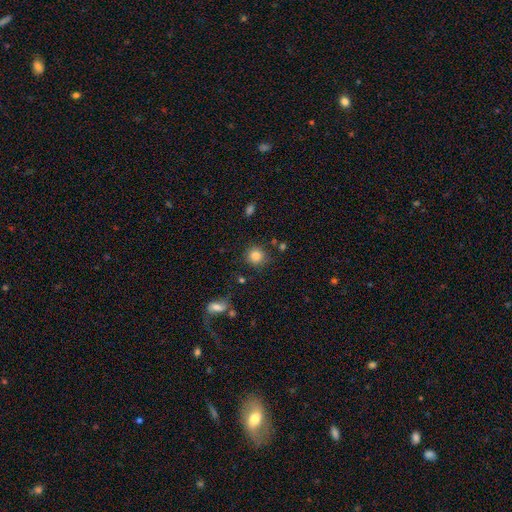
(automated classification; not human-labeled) A smooth galaxy with no disk features (84%) that is round (90%). Merging: none (82%).